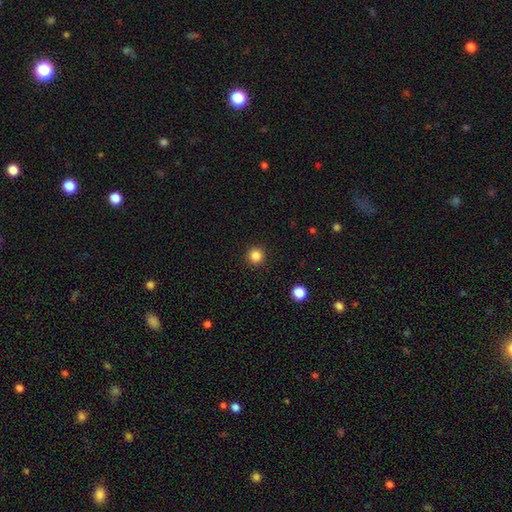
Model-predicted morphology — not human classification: Q: Smooth or featured?
A: smooth (85%); runner-up: star or artifact (12%)
Q: How rounded?
A: round (96%); runner-up: in between (3%)
Q: Merging?
A: none (93%); runner-up: minor disturbance (4%)